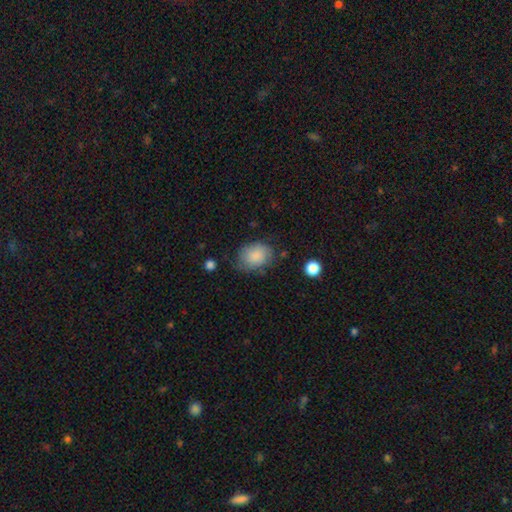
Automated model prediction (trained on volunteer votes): smooth_or_featured: smooth (p=0.83) [alt: featured or disk p=0.10]
how_rounded: in between (p=0.59) [alt: round p=0.41]
merging: none (p=0.65) [alt: minor disturbance p=0.25]